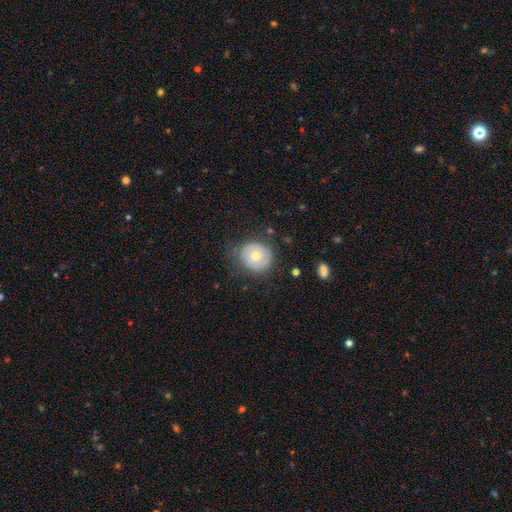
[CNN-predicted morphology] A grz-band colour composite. It shows a smooth galaxy with no disk features (59%) that is round (80%). Merging: none (65%).